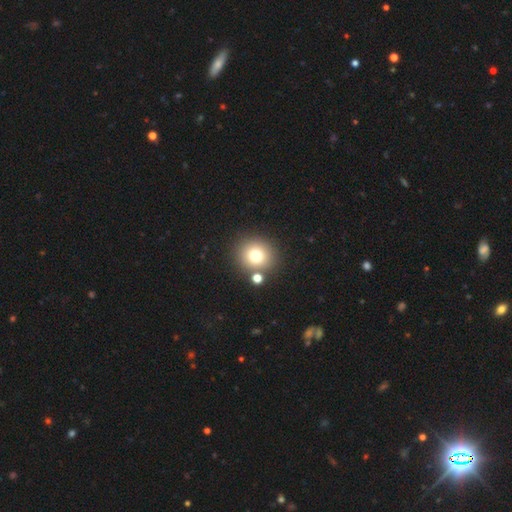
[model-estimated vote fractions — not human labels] smooth_or_featured: smooth (p=0.75) [alt: star or artifact p=0.14]
how_rounded: round (p=0.86) [alt: in between p=0.13]
merging: none (p=0.79) [alt: merger p=0.10]